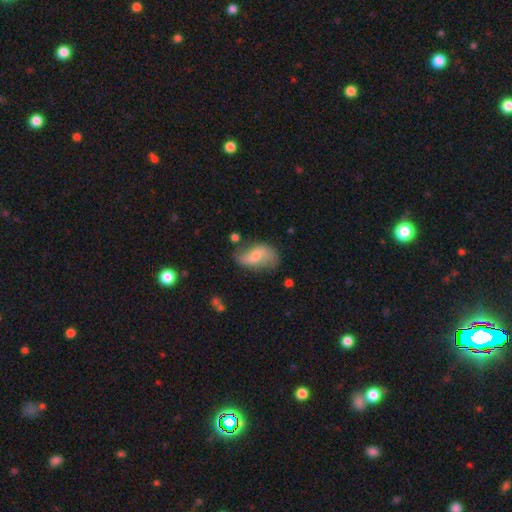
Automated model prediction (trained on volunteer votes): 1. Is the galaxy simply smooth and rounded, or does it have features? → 54% featured or disk, 39% smooth, 7% star or artifact.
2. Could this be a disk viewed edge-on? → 95% no, 5% yes.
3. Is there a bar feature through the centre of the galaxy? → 44% no, 43% weak, 13% strong.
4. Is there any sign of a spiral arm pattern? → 80% yes, 20% no.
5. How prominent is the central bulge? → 48% small, 39% moderate, 8% none, 4% large, 1% dominant.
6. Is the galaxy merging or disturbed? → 56% none, 28% minor disturbance, 12% major disturbance, 4% merger.